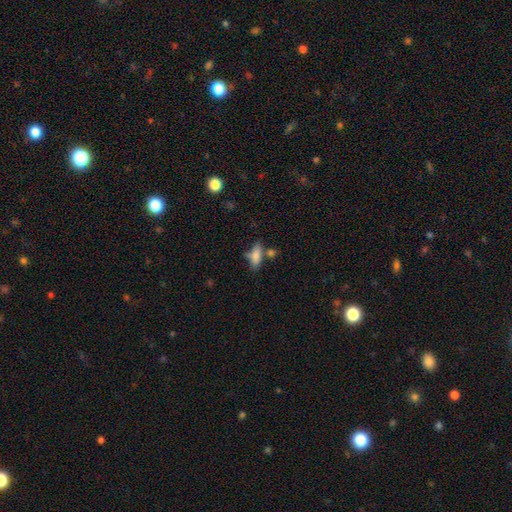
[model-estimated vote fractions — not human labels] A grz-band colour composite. It shows a smooth galaxy with no disk features (73%) that is in between round and cigar-shaped (64%). Merging: none (51%).